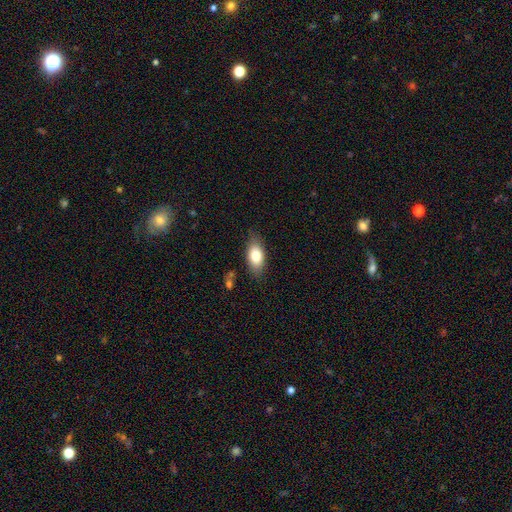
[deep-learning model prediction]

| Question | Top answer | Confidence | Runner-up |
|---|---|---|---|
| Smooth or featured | smooth | 78% | featured or disk (15%) |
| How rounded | in between | 87% | cigar-shaped (8%) |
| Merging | none | 78% | minor disturbance (17%) |